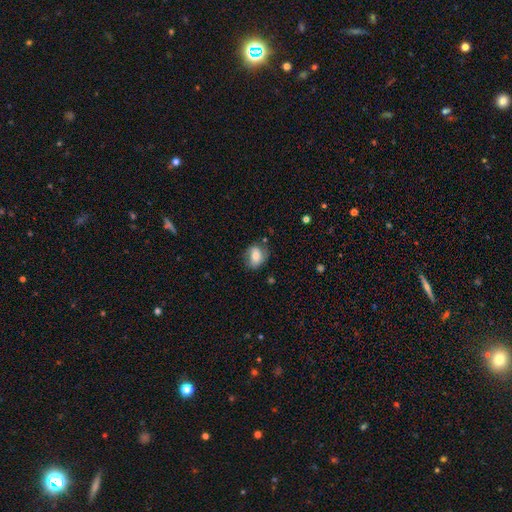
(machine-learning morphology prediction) This appears to be a smooth galaxy with no disk features (66%) that is in between round and cigar-shaped (59%). Merging: none (72%).